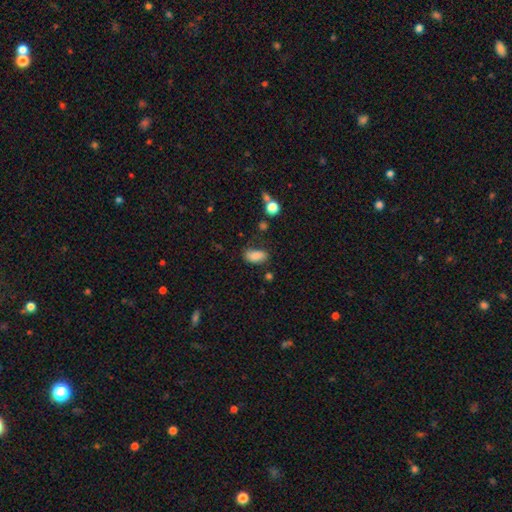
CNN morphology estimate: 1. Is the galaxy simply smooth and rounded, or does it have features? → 83% smooth, 9% star or artifact, 8% featured or disk.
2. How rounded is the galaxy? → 91% in between, 4% round, 4% cigar-shaped.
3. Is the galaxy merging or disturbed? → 64% none, 24% minor disturbance, 8% major disturbance, 4% merger.